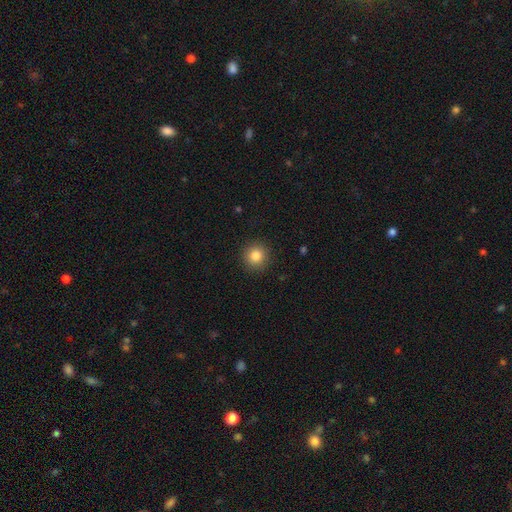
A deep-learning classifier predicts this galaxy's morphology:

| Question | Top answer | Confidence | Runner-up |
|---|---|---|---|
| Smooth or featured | smooth | 84% | star or artifact (11%) |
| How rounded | round | 94% | in between (5%) |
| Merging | none | 91% | minor disturbance (6%) |